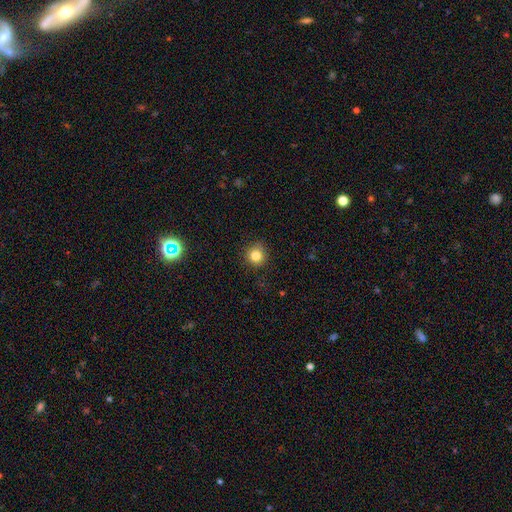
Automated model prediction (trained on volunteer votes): This is clearly a smooth galaxy (82%). How rounded: clearly round (93%). Merging: clearly none (88%).